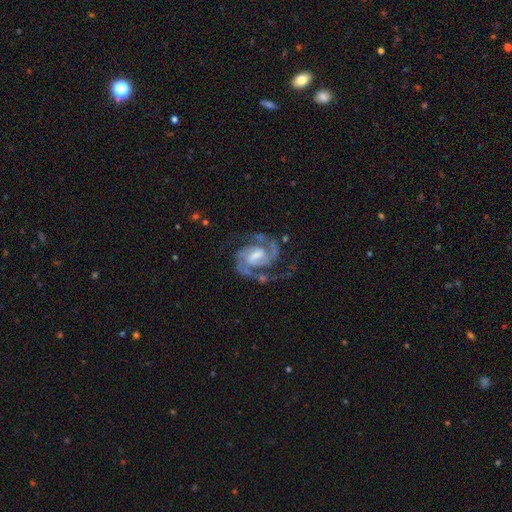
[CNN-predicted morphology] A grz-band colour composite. It shows a featured or disk galaxy (93%) with a weak bar (56%), 2 (87%) medium (55%) spiral arms (98%) and a moderate central bulge (44%). Merging: none (68%).